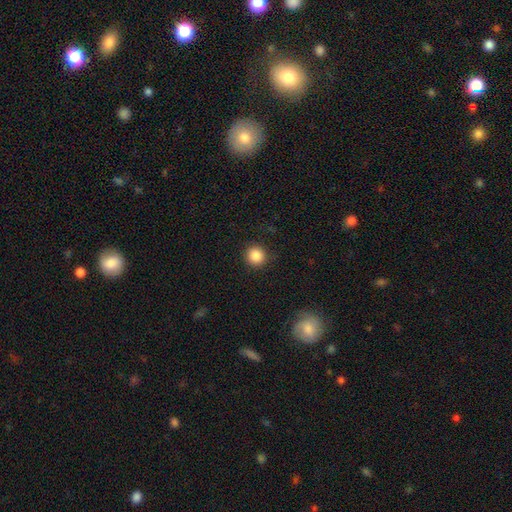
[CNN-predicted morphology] A smooth galaxy with no disk features (87%) that is round (93%).

Vote fractions:
- Smooth or featured? smooth: 87% / star or artifact: 10% / featured or disk: 4%
- How rounded? round: 93% / in between: 6% / cigar-shaped: 1%
- Merging? none: 90% / minor disturbance: 7% / major disturbance: 2% / merger: 1%